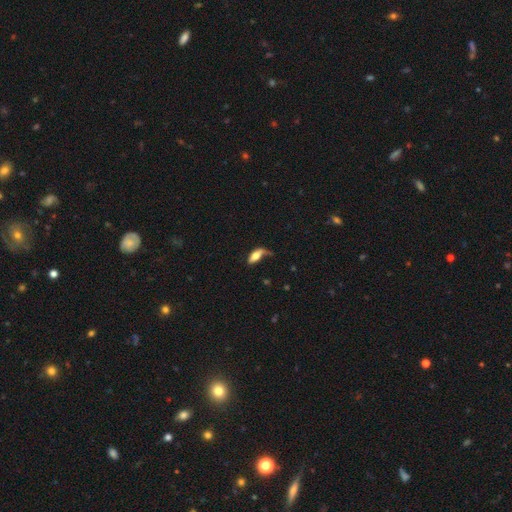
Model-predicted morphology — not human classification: This appears to be a smooth galaxy with no disk features (64%) that is in between round and cigar-shaped (76%). Merging: none (35%).